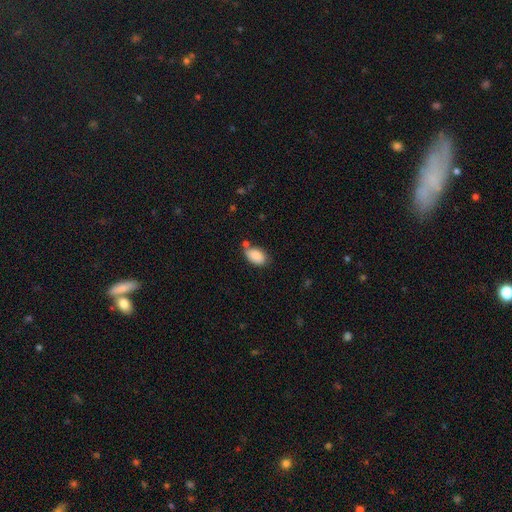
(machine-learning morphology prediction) A smooth galaxy with no disk features (86%) that is in between round and cigar-shaped (92%). Merging: none (63%).